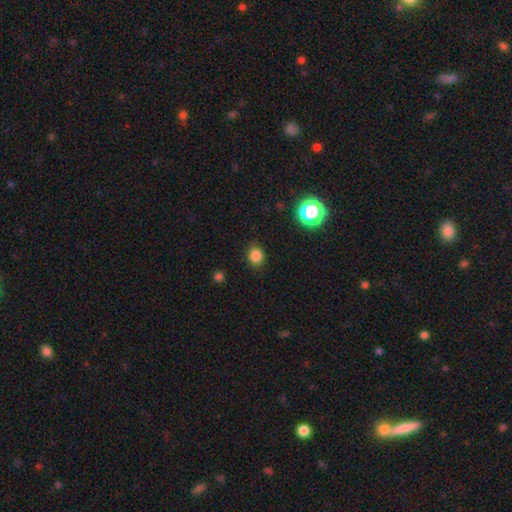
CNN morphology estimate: Smooth or featured? Predicted: smooth (p=0.82). How rounded? Predicted: round (p=0.68). Merging? Predicted: none (p=0.85).